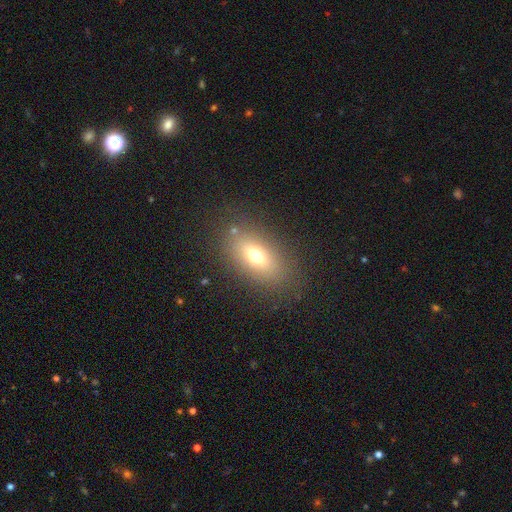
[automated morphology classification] smooth 69%, featured or disk 19%, star or artifact 12%. Down the decision tree: how rounded — in between (83%); merging — none (82%).